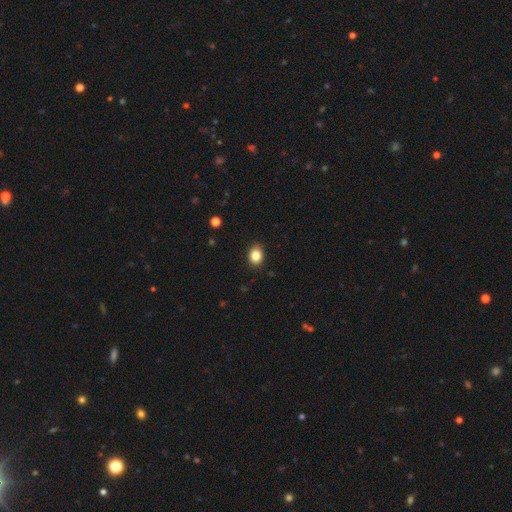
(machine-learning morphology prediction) Q: Smooth or featured?
A: smooth (84%); runner-up: star or artifact (10%)
Q: How rounded?
A: in between (55%); runner-up: round (44%)
Q: Merging?
A: none (87%); runner-up: minor disturbance (10%)